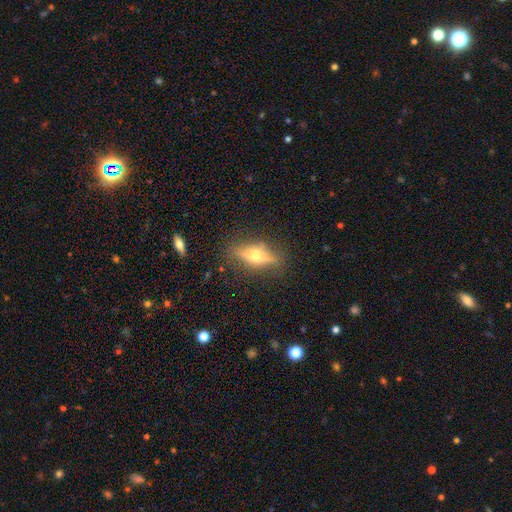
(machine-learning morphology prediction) A featured or disk galaxy (64%) viewed edge-on (92%) with a rounded central bulge (93%).

Vote fractions:
- Smooth or featured? featured or disk: 64% / smooth: 27% / star or artifact: 8%
- Edge-on disk? yes: 92% / no: 8%
- Edge-on bulge? rounded: 93% / boxy: 5% / none: 2%
- Merging? none: 83% / minor disturbance: 12% / major disturbance: 4% / merger: 1%